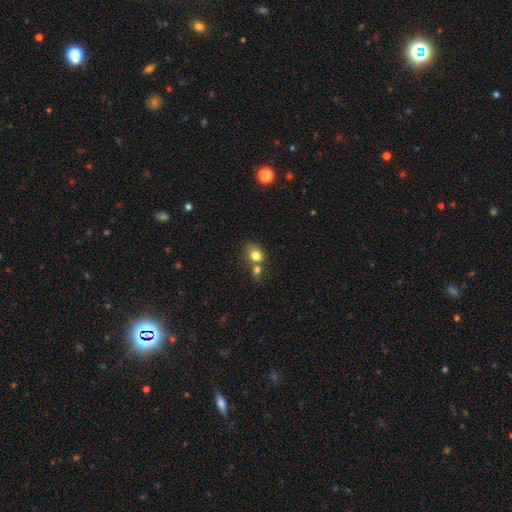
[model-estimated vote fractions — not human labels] Smooth or featured?
  - smooth: 78% *
  - featured or disk: 11%
  - star or artifact: 11%
How rounded?
  - round: 52% *
  - in between: 47%
  - cigar-shaped: 1%
Merging?
  - merger: 51% *
  - none: 33%
  - minor disturbance: 10%
  - major disturbance: 5%